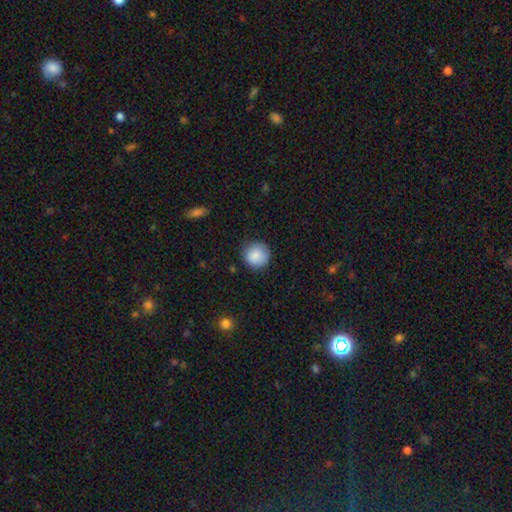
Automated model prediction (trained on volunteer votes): Smooth or featured?
  - smooth: 87% *
  - star or artifact: 8%
  - featured or disk: 5%
How rounded?
  - round: 93% *
  - in between: 6%
  - cigar-shaped: 1%
Merging?
  - none: 84% *
  - minor disturbance: 12%
  - major disturbance: 3%
  - merger: 1%